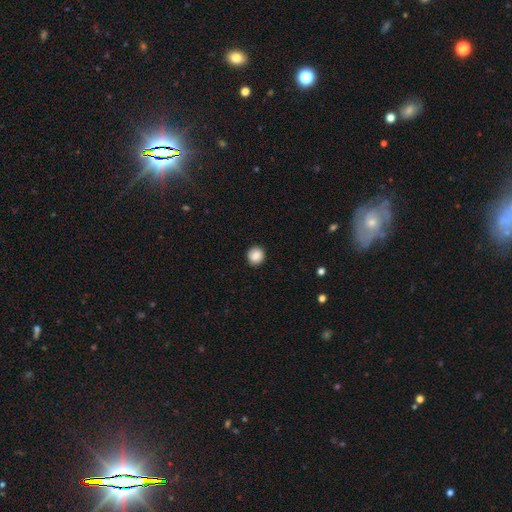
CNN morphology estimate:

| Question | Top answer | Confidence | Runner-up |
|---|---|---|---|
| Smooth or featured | smooth | 87% | star or artifact (9%) |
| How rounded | round | 92% | in between (7%) |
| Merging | none | 91% | minor disturbance (7%) |